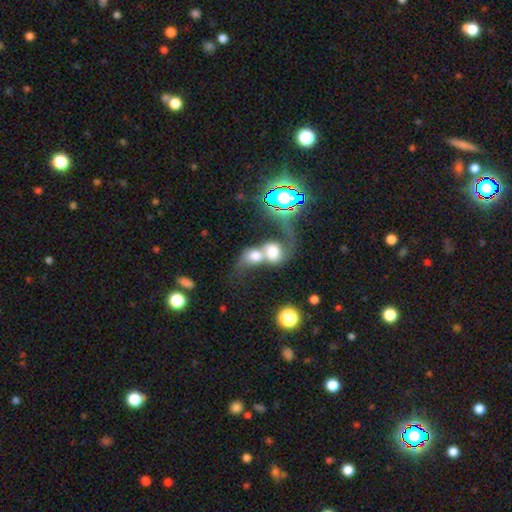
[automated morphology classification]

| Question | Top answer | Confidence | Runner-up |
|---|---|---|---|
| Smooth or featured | smooth | 54% | featured or disk (32%) |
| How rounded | round | 55% | in between (43%) |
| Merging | merger | 82% | major disturbance (8%) |